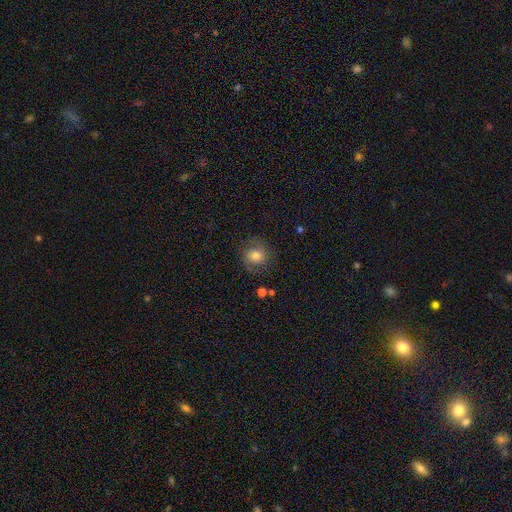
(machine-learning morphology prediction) type=smooth (68%); roundness=round (85%); merging=none (79%).